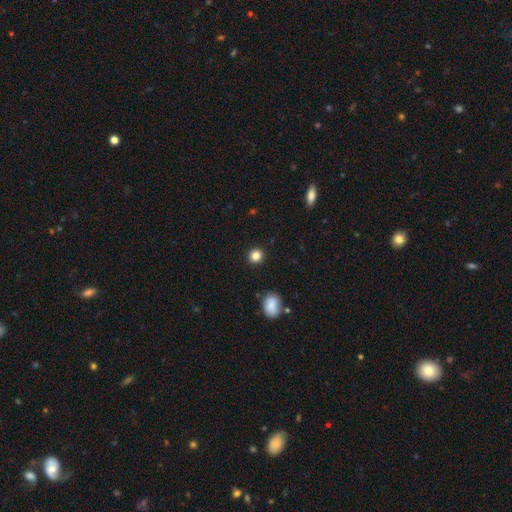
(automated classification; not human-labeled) Smooth or featured? Predicted: smooth (p=0.85). How rounded? Predicted: round (p=0.88). Merging? Predicted: none (p=0.91).